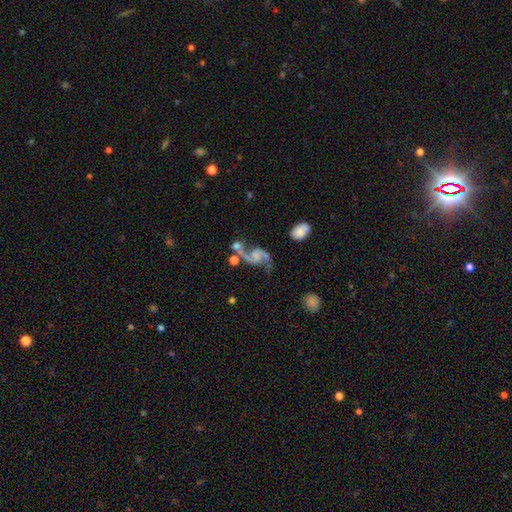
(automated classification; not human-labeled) Overall: featured or disk (87%). Edge-on disk: no (98%). Bar: no (52%; weak 36%). Spiral arms: yes (97%). Spiral arm count: 2 (92%). Spiral winding: loose (63%; medium 31%). Bulge size: none (40%; small 34%). Merging: none (45%; merger 22%).